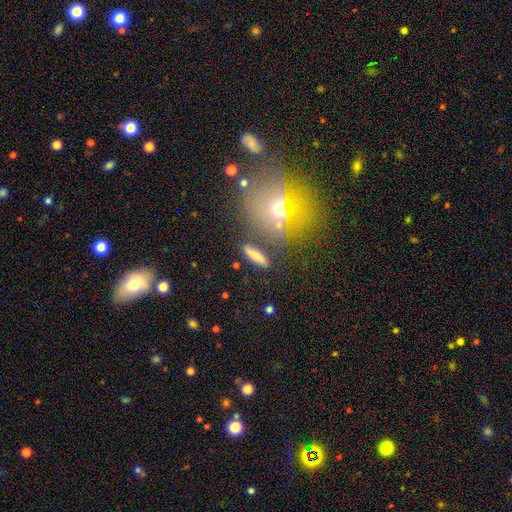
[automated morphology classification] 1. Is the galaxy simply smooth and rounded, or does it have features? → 74% smooth, 16% featured or disk, 10% star or artifact.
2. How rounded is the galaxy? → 74% cigar-shaped, 22% in between, 4% round.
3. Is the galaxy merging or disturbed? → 80% none, 11% minor disturbance, 5% merger, 4% major disturbance.